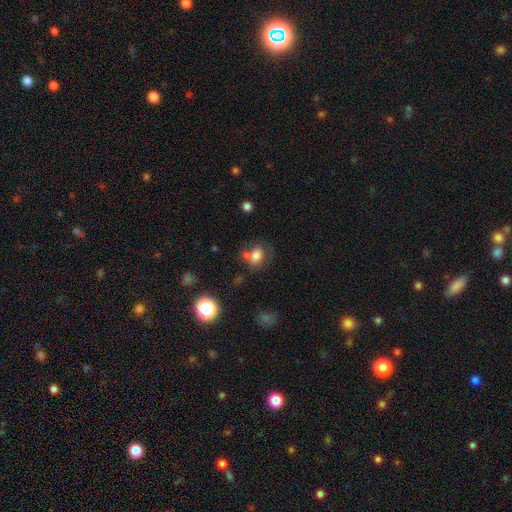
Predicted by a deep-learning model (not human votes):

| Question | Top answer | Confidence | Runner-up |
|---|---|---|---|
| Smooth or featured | smooth | 77% | star or artifact (13%) |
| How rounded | in between | 52% | round (47%) |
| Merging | none | 50% | merger (20%) |